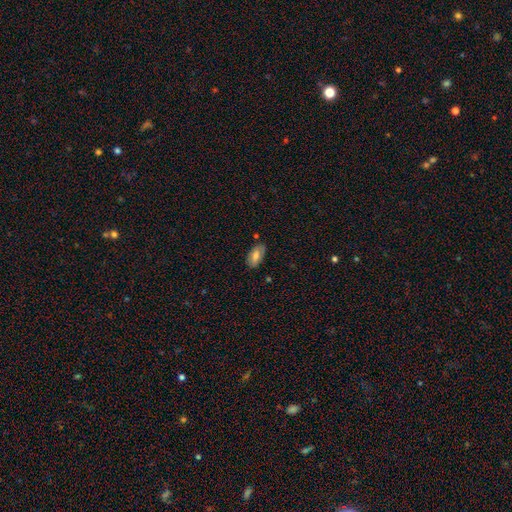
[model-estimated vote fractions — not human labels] Smooth or featured: smooth — 69% (featured or disk — 24%)
How rounded: in between — 92% (cigar-shaped — 5%)
Merging: none — 82% (minor disturbance — 14%)